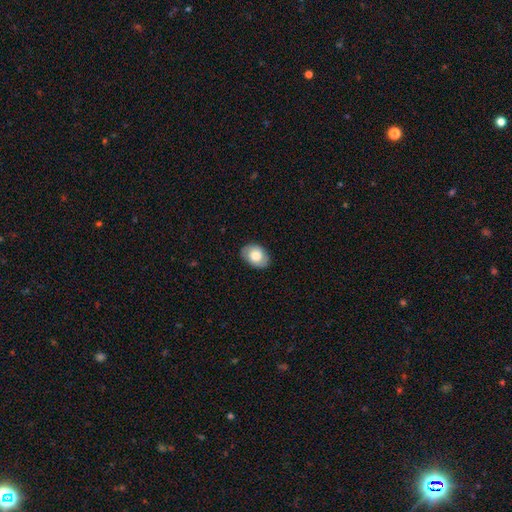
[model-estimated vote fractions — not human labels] smooth-or-featured: smooth: 68% | featured or disk: 25% | star or artifact: 7%
  how-rounded: in between: 77% | round: 22% | cigar-shaped: 1%
  merging: none: 85% | minor disturbance: 11% | major disturbance: 3% | merger: 1%